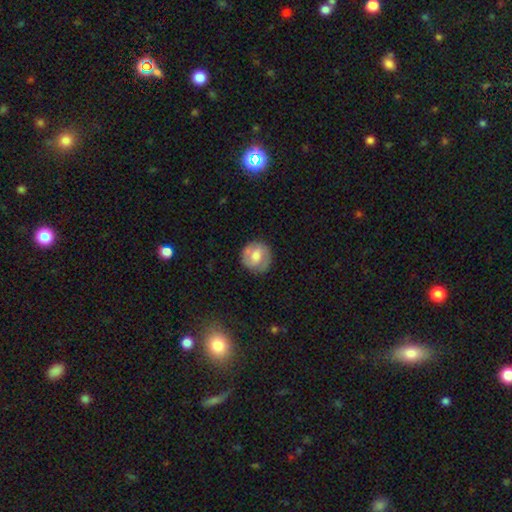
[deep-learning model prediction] This is possibly a featured or disk galaxy (52%). It is clearly not viewed edge-on (97%). Merging: likely none (78%).